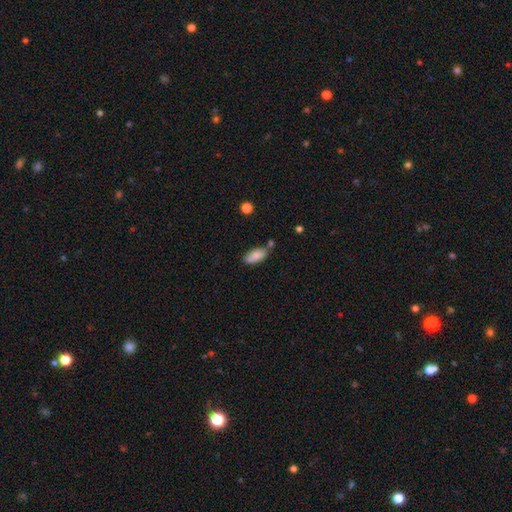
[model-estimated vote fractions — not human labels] smooth-or-featured: smooth: 85% | featured or disk: 8% | star or artifact: 7%
  how-rounded: in between: 85% | cigar-shaped: 13% | round: 2%
  merging: none: 66% | minor disturbance: 19% | merger: 11% | major disturbance: 4%